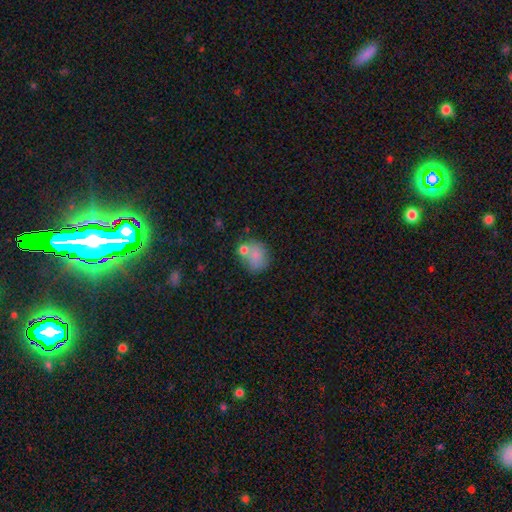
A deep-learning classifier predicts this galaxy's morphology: This appears to be a smooth galaxy with no disk features (77%) that is round (68%). Merging: none (51%).